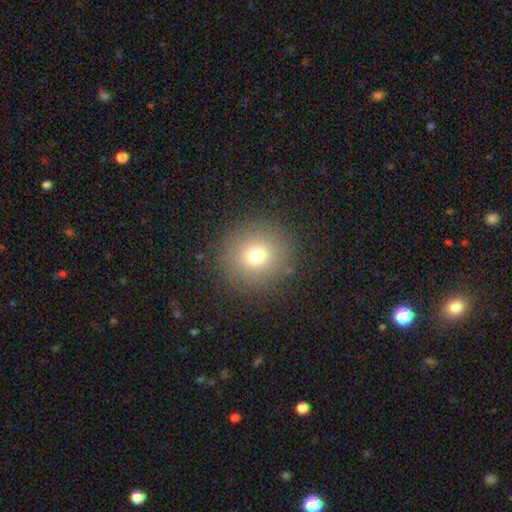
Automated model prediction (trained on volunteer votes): Morphology: type=smooth (72%); roundness=round (92%); merging=none (88%).